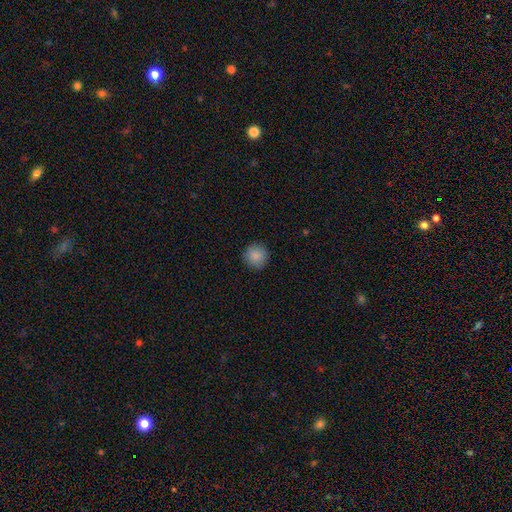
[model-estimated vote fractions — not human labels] smooth_or_featured: smooth (p=0.88) [alt: star or artifact p=0.08]
how_rounded: round (p=0.95) [alt: in between p=0.04]
merging: none (p=0.90) [alt: minor disturbance p=0.07]